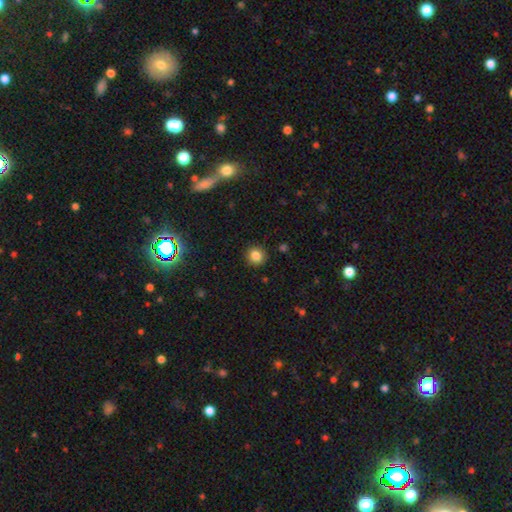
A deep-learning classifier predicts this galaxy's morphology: smooth_or_featured: smooth (p=0.83) [alt: star or artifact p=0.12]
how_rounded: round (p=0.90) [alt: in between p=0.09]
merging: none (p=0.90) [alt: minor disturbance p=0.06]